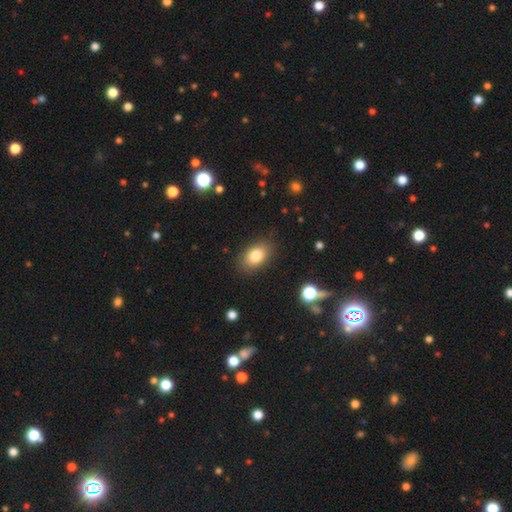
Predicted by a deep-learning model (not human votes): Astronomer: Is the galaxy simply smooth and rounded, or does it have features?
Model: smooth — 81%.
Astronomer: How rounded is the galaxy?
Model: in between — 84%.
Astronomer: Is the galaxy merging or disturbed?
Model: none — 85%.